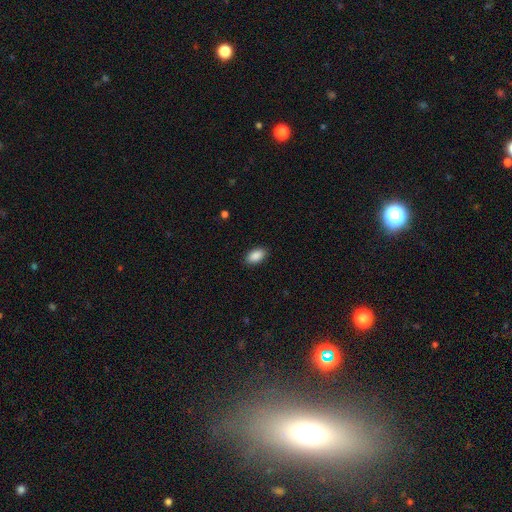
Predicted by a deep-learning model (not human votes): Smooth or featured? Predicted: smooth (p=0.90). How rounded? Predicted: in between (p=0.94). Merging? Predicted: none (p=0.89).